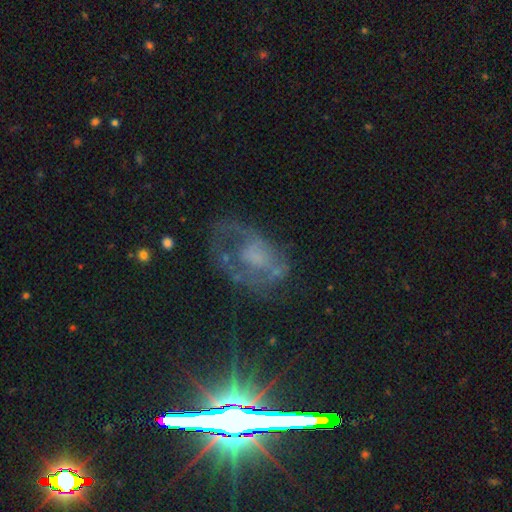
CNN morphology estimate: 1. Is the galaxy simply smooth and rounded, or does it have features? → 61% featured or disk, 25% smooth, 14% star or artifact.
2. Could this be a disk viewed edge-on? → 96% no, 4% yes.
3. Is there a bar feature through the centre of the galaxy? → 80% no, 16% weak, 4% strong.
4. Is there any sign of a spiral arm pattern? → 55% no, 45% yes.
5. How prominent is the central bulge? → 45% none, 24% moderate, 17% small, 12% large, 2% dominant.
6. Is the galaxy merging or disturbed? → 40% none, 34% major disturbance, 21% minor disturbance, 4% merger.